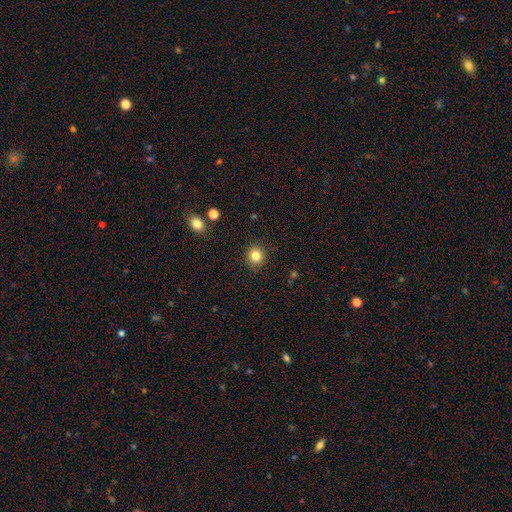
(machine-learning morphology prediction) A smooth galaxy with no disk features (83%) that is round (79%).

Vote fractions:
- Smooth or featured? smooth: 83% / star or artifact: 11% / featured or disk: 6%
- How rounded? round: 79% / in between: 20% / cigar-shaped: 1%
- Merging? none: 89% / minor disturbance: 8% / major disturbance: 2% / merger: 1%